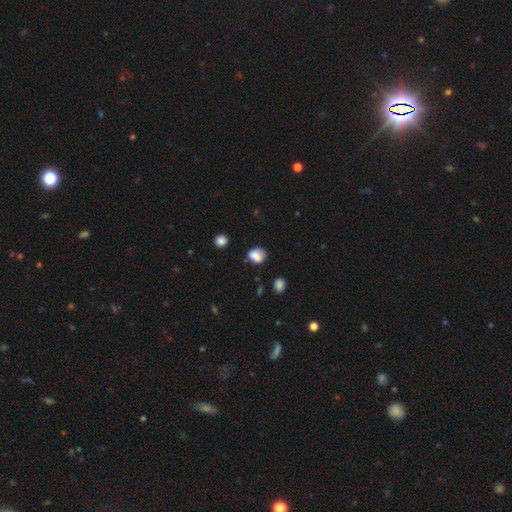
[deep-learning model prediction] Q: Smooth or featured?
A: smooth (81%); runner-up: star or artifact (11%)
Q: How rounded?
A: in between (54%); runner-up: round (45%)
Q: Merging?
A: none (59%); runner-up: minor disturbance (26%)